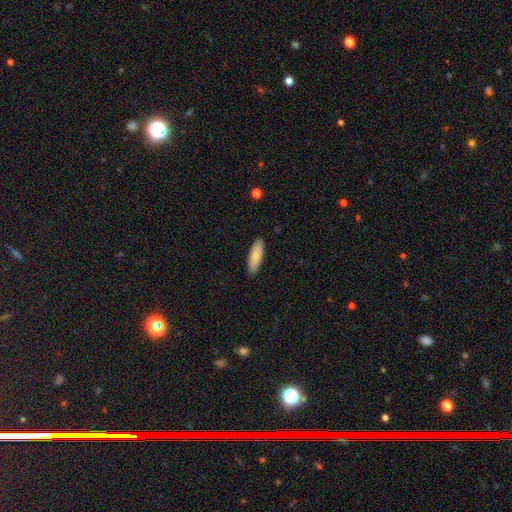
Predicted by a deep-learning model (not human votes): Smooth or featured? Predicted: smooth (p=0.81). How rounded? Predicted: in between (p=0.60). Merging? Predicted: none (p=0.89).